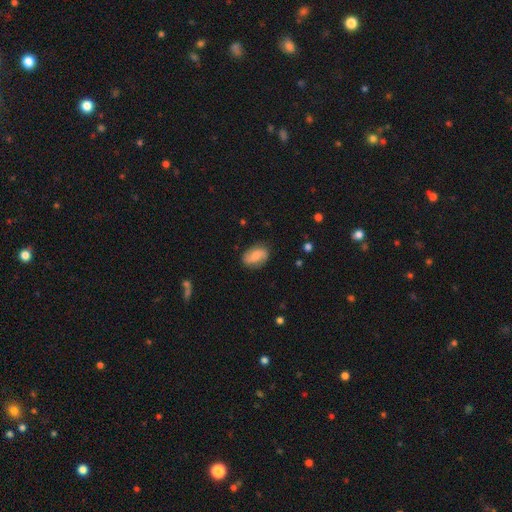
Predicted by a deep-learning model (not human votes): This is possibly a smooth galaxy (53%). How rounded: clearly in between (86%). Merging: clearly none (80%).